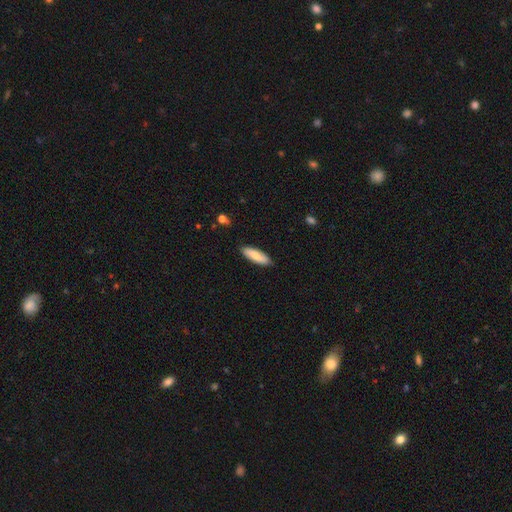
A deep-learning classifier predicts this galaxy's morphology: Smooth or featured: smooth — 75% (featured or disk — 20%)
How rounded: in between — 50% (cigar-shaped — 48%)
Merging: none — 88% (minor disturbance — 9%)